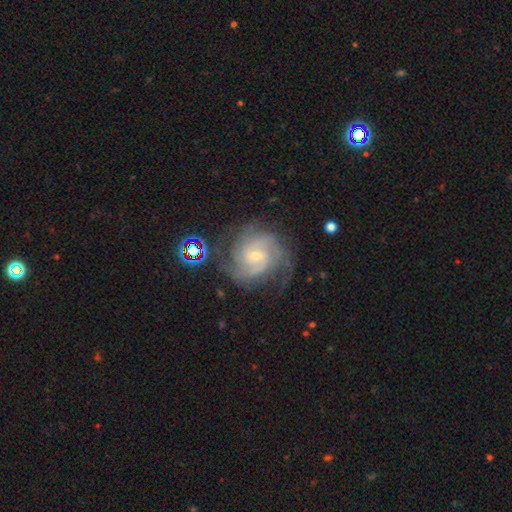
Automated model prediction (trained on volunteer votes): Smooth or featured?
  - featured or disk: 86% *
  - star or artifact: 7%
  - smooth: 7%
Edge-on disk?
  - no: 98% *
  - yes: 2%
Bar?
  - weak: 51% *
  - no: 38%
  - strong: 11%
Spiral arms?
  - yes: 97% *
  - no: 3%
Spiral winding?
  - tight: 52% *
  - medium: 40%
  - loose: 8%
Spiral arm count?
  - 2: 30% *
  - 3: 26%
  - can't tell: 23%
  - 4: 11%
  - more than 4: 5%
  - 1: 5%
Bulge size?
  - small: 63% *
  - moderate: 32%
  - none: 3%
  - large: 2%
  - dominant: 1%
Merging?
  - none: 69% *
  - minor disturbance: 18%
  - major disturbance: 10%
  - merger: 3%